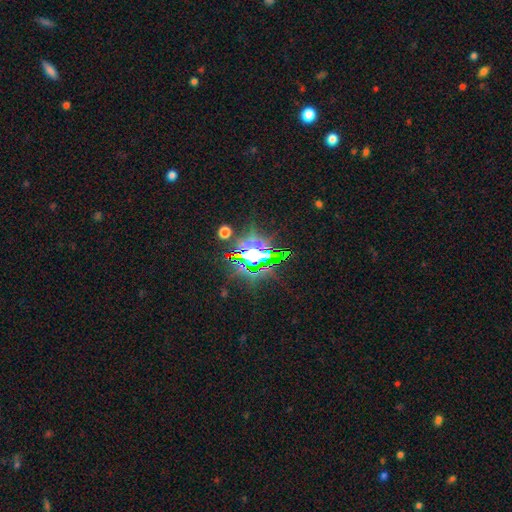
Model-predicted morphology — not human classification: type=star or artifact (73%).